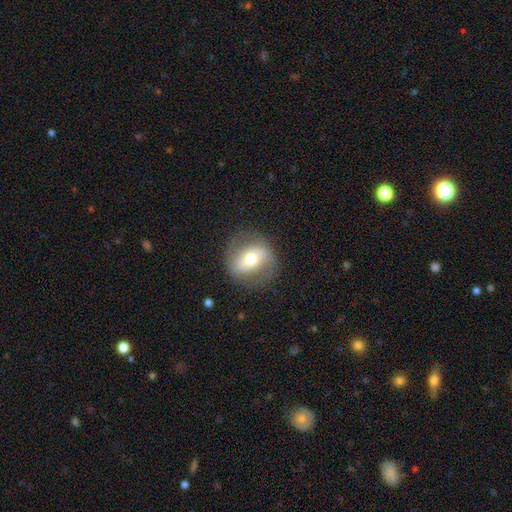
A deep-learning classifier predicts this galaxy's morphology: featured or disk 63%, smooth 28%, star or artifact 10%. Down the decision tree: edge-on disk — no (94%); bar — strong (39%); spiral arms — yes (69%); bulge size — moderate (66%); merging — none (82%).